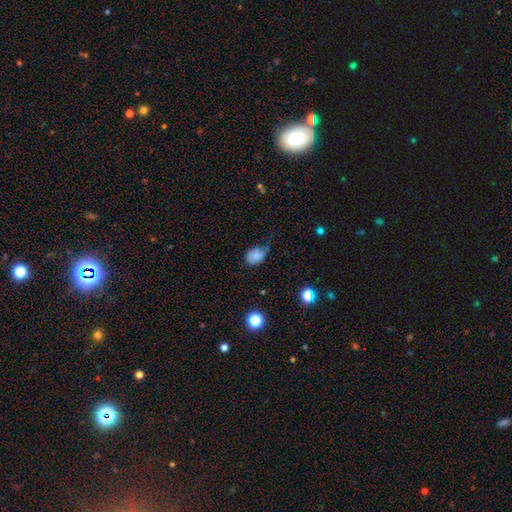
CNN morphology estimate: smooth_or_featured: smooth (p=0.77) [alt: star or artifact p=0.11]
how_rounded: in between (p=0.64) [alt: round p=0.34]
merging: minor disturbance (p=0.41) [alt: none p=0.36]